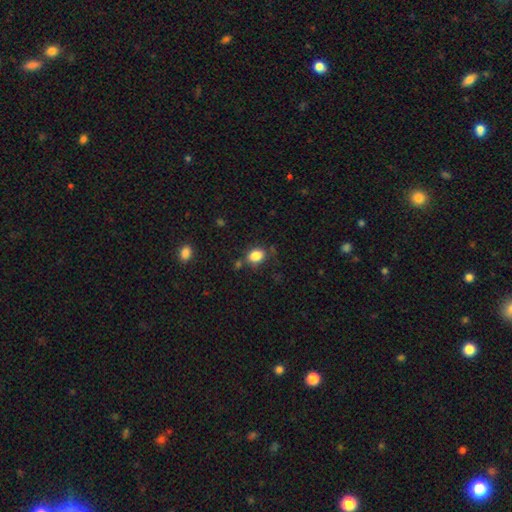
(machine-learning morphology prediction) Smooth or featured?
  - smooth: 85% *
  - star or artifact: 10%
  - featured or disk: 5%
How rounded?
  - in between: 63% *
  - round: 35%
  - cigar-shaped: 1%
Merging?
  - none: 73% *
  - minor disturbance: 16%
  - merger: 7%
  - major disturbance: 5%